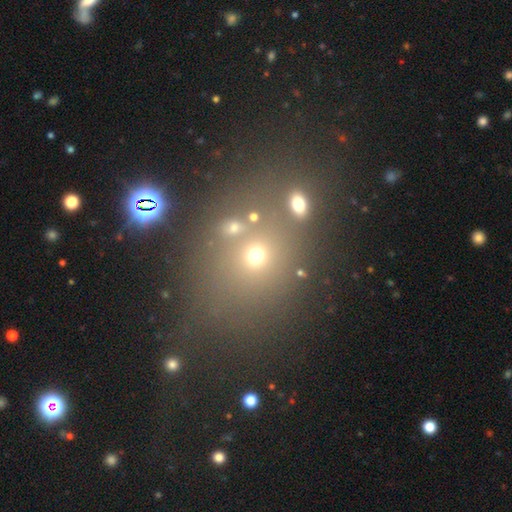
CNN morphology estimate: Smooth or featured? smooth (62%)
How rounded? round (62%)
Merging? none (58%)